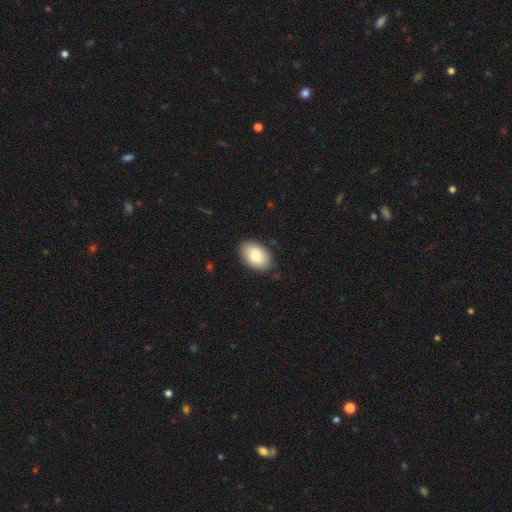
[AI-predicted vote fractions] This is clearly a smooth galaxy (85%). How rounded: clearly in between (91%). Merging: clearly none (85%).